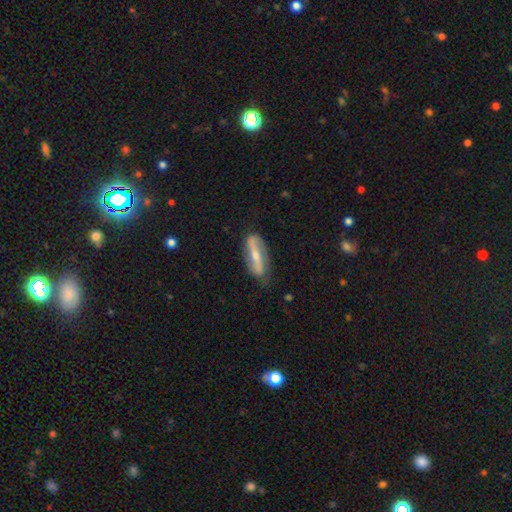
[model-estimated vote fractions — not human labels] The model was most divided on "bulge size": moderate: 48%, small: 46%, large: 3%, none: 2%, dominant: 1%. More confident: spiral arms — yes (75%); edge-on disk — no (75%); merging — none (74%); smooth or featured — featured or disk (68%); bar — strong (65%).